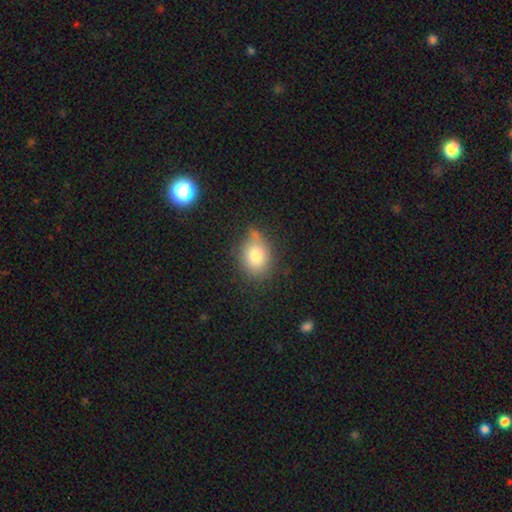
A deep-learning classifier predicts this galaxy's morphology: Smooth or featured? smooth (78%)
How rounded? in between (64%)
Merging? none (60%)